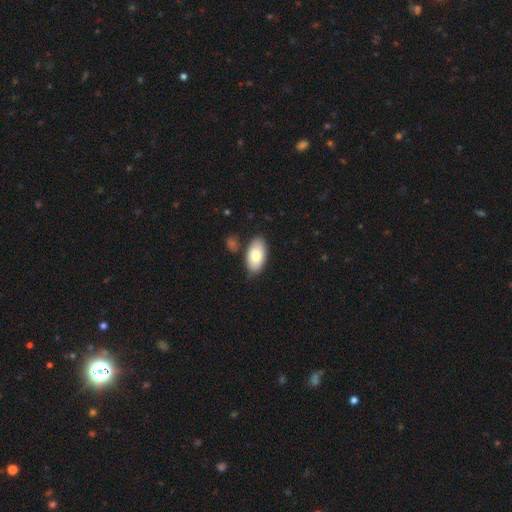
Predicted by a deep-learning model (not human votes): Smooth or featured?
  - smooth: 76% *
  - featured or disk: 17%
  - star or artifact: 6%
How rounded?
  - in between: 95% *
  - round: 3%
  - cigar-shaped: 2%
Merging?
  - none: 80% *
  - minor disturbance: 13%
  - merger: 5%
  - major disturbance: 3%